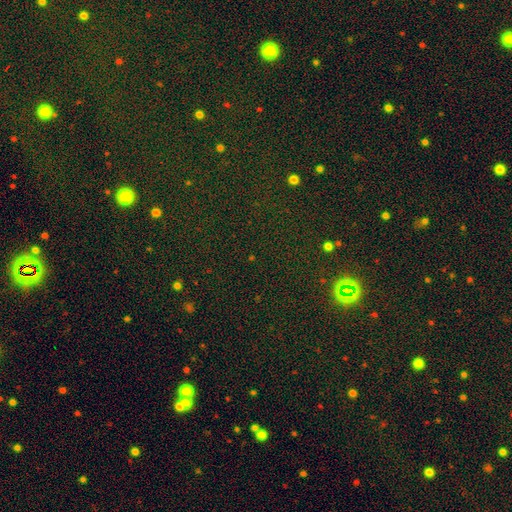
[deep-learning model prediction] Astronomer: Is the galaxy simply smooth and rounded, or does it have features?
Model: star or artifact — 69%.